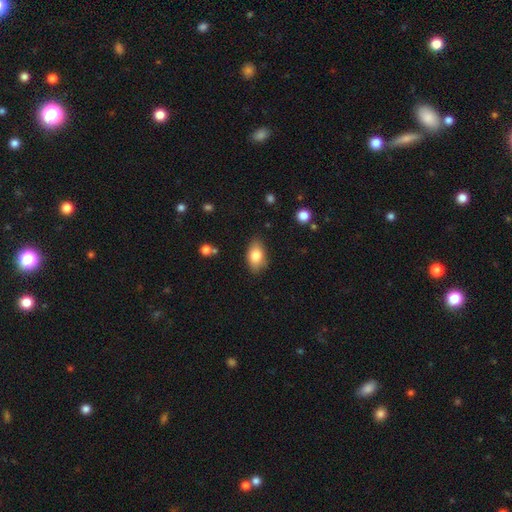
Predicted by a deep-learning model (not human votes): A smooth galaxy with no disk features (81%) that is in between round and cigar-shaped (91%).

Vote fractions:
- Smooth or featured? smooth: 81% / featured or disk: 12% / star or artifact: 7%
- How rounded? in between: 91% / round: 7% / cigar-shaped: 3%
- Merging? none: 83% / minor disturbance: 13% / major disturbance: 3% / merger: 2%